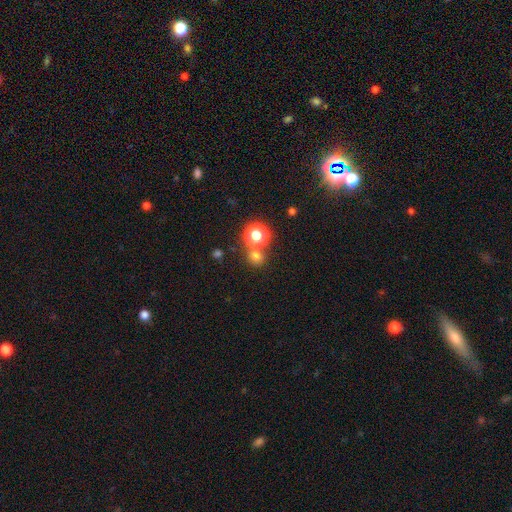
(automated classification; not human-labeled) smooth 70%, star or artifact 24%, featured or disk 6%. Down the decision tree: how rounded — round (88%); merging — none (71%).